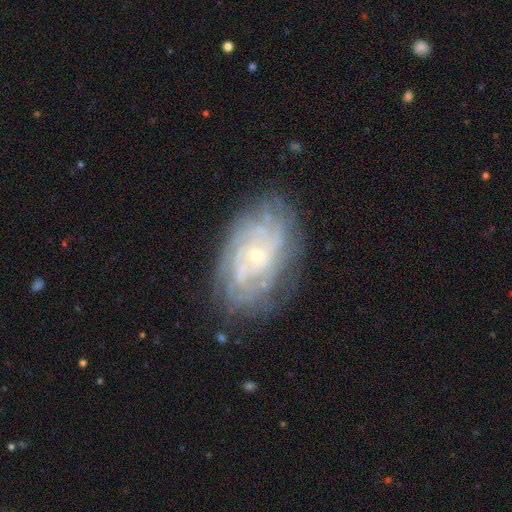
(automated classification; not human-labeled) The model was most divided on "spiral arm count": can't tell: 48%, 4: 15%, more than 4: 12%, 3: 10%, 2: 10%, 1: 5%. More confident: edge-on disk — no (96%); spiral arms — yes (92%); smooth or featured — featured or disk (82%); merging — none (75%); bulge size — small (73%); spiral winding — tight (72%); bar — no (69%).